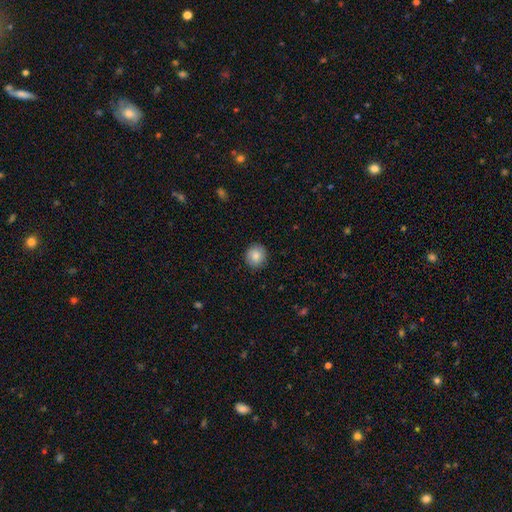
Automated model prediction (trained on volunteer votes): Smooth or featured? smooth (84%)
How rounded? round (90%)
Merging? none (90%)